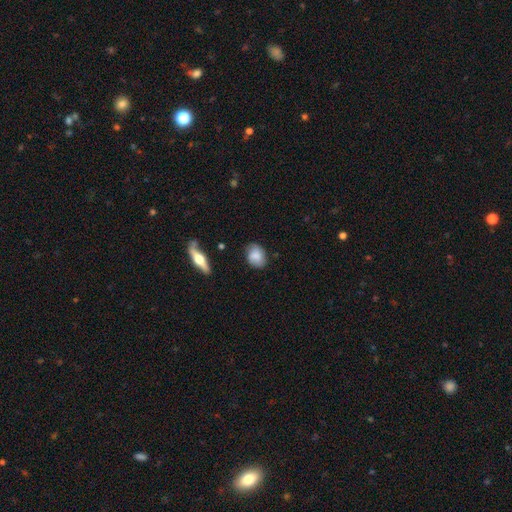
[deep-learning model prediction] smooth 75%, featured or disk 18%, star or artifact 7%. Down the decision tree: how rounded — in between (67%); merging — none (76%).